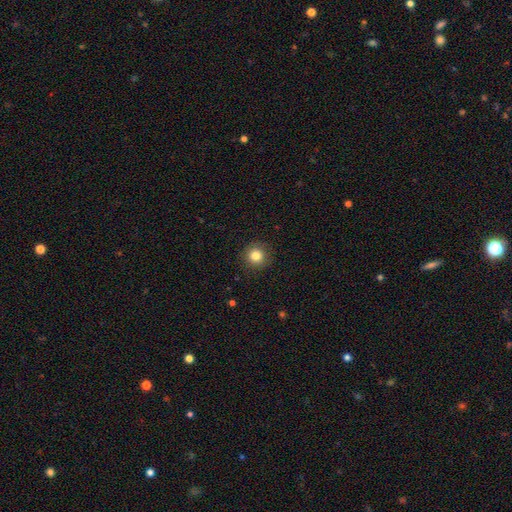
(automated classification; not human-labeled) smooth 82%, star or artifact 11%, featured or disk 6%. Down the decision tree: how rounded — round (94%); merging — none (91%).